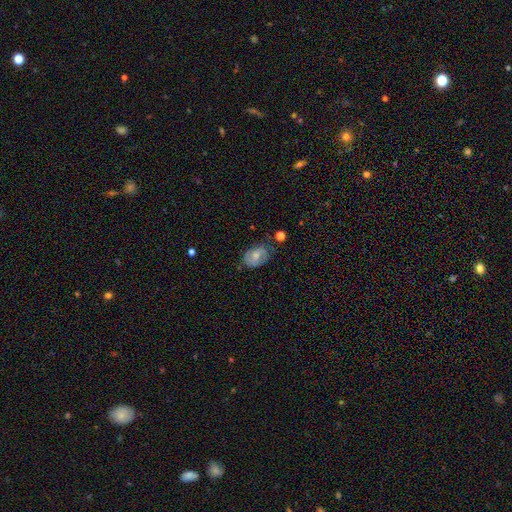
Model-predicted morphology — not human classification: This appears to be a smooth galaxy with no disk features (53%) that is in between round and cigar-shaped (81%). Merging: none (57%).